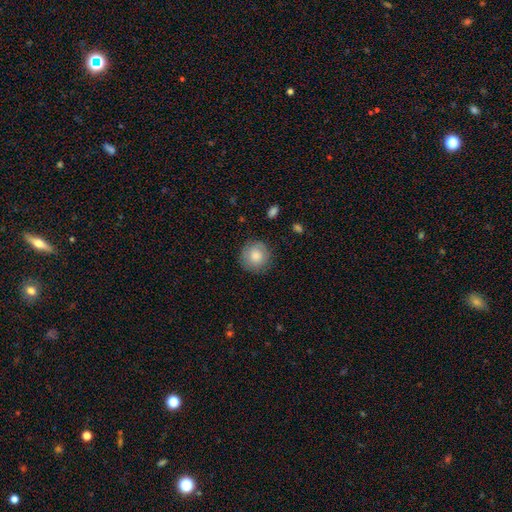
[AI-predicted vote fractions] Q: Smooth or featured?
A: smooth (79%); runner-up: featured or disk (14%)
Q: How rounded?
A: round (93%); runner-up: in between (6%)
Q: Merging?
A: none (83%); runner-up: minor disturbance (12%)